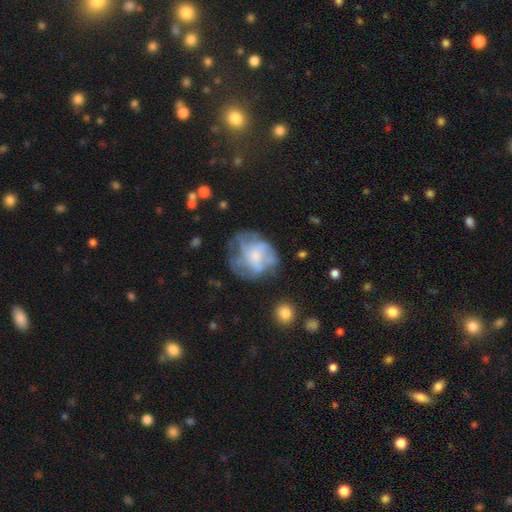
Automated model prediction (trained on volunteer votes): This is possibly a featured or disk galaxy (58%). It is clearly not viewed edge-on (97%). Bar: likely no (75%). Spiral arm pattern: possibly no (53%). Central bulge: possibly small (46%). Merging: possibly none (46%).